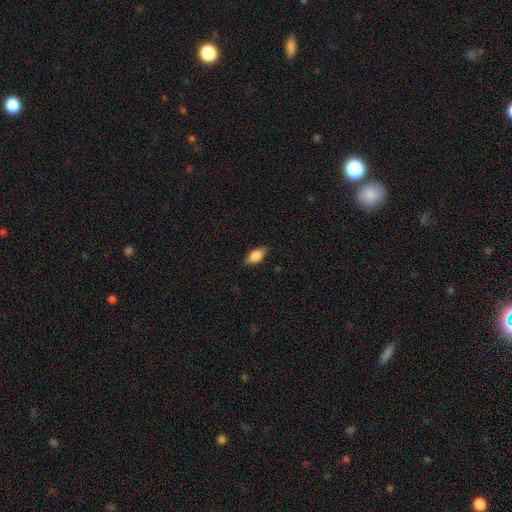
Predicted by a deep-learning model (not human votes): Q: Smooth or featured?
A: smooth (81%); runner-up: featured or disk (12%)
Q: How rounded?
A: in between (87%); runner-up: cigar-shaped (9%)
Q: Merging?
A: none (85%); runner-up: minor disturbance (12%)